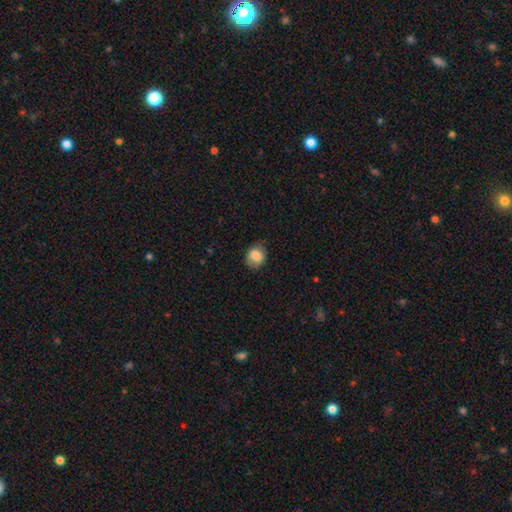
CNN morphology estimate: smooth 83%, featured or disk 9%, star or artifact 8%. Down the decision tree: how rounded — round (60%); merging — none (74%).